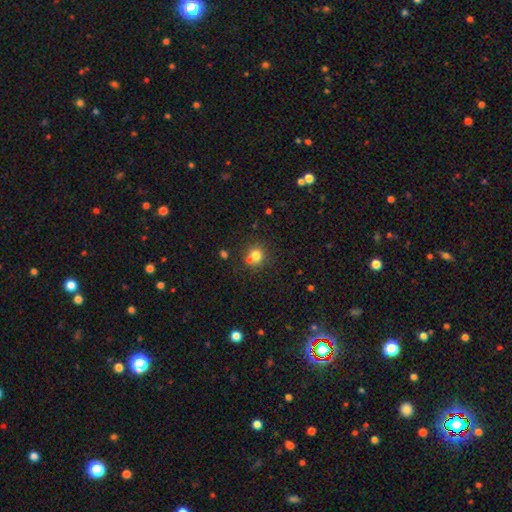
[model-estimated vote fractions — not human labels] This is likely a smooth galaxy (75%). How rounded: clearly round (85%). Merging: possibly none (56%).